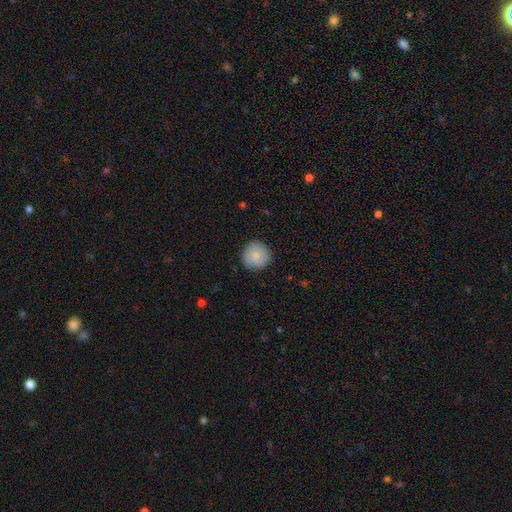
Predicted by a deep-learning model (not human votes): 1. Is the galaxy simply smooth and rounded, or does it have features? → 81% smooth, 12% featured or disk, 7% star or artifact.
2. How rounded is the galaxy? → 95% round, 4% in between, 1% cigar-shaped.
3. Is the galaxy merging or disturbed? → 86% none, 11% minor disturbance, 2% major disturbance, 1% merger.